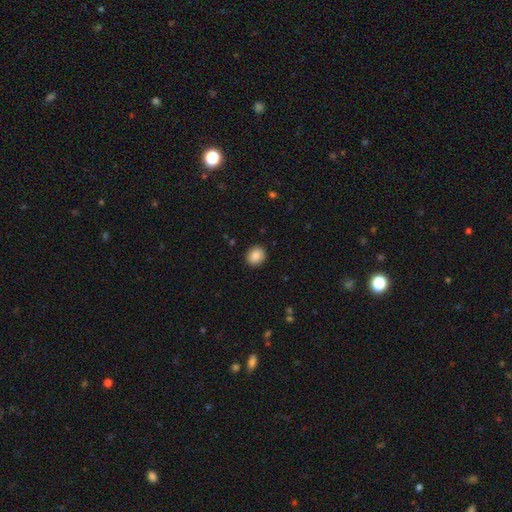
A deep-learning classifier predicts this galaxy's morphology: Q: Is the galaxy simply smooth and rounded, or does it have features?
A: smooth — 88%.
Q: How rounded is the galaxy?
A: round — 75%.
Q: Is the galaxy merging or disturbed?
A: none — 90%.